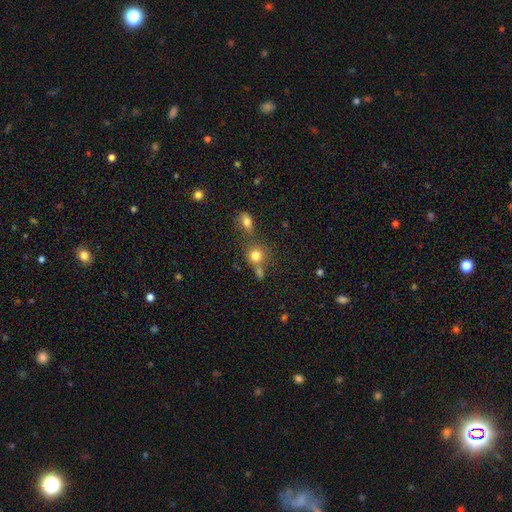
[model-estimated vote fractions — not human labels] Morphology: type=smooth (79%); roundness=round (84%); merging=none (57%).